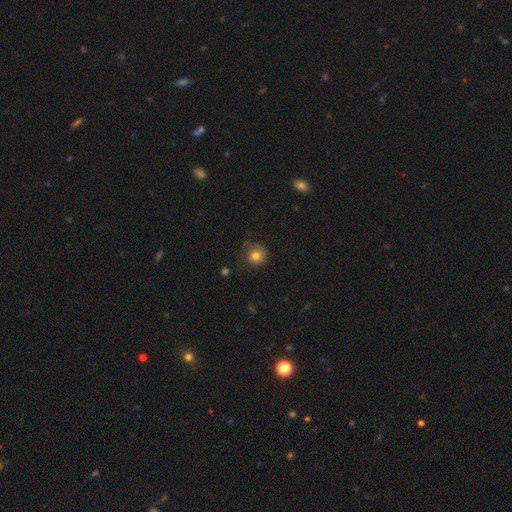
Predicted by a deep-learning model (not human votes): smooth 79%, featured or disk 11%, star or artifact 10%. Down the decision tree: how rounded — round (89%); merging — none (68%).